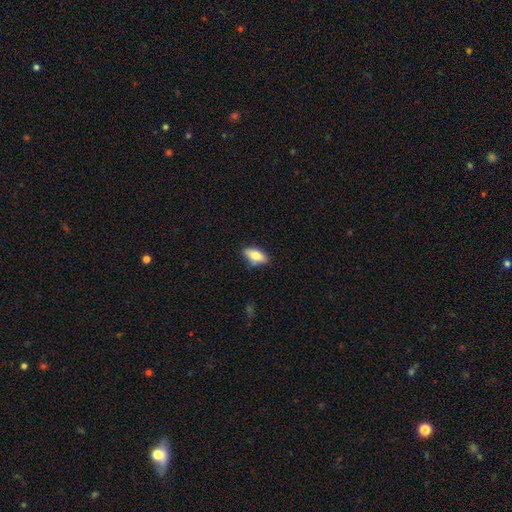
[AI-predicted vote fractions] This appears to be a smooth galaxy with no disk features (74%) that is in between round and cigar-shaped (84%). Merging: none (79%).